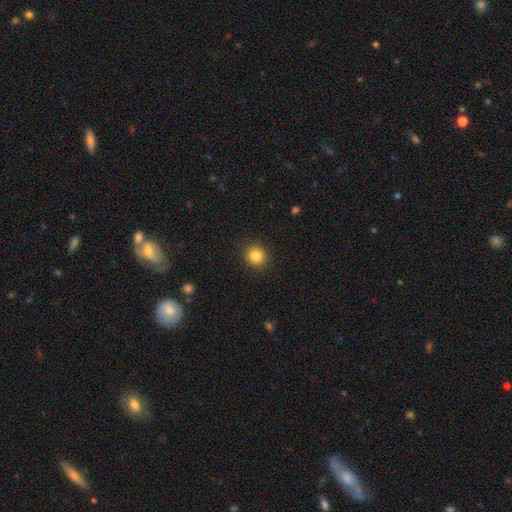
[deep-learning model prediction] This is clearly a smooth galaxy (85%). How rounded: clearly round (85%). Merging: clearly none (89%).